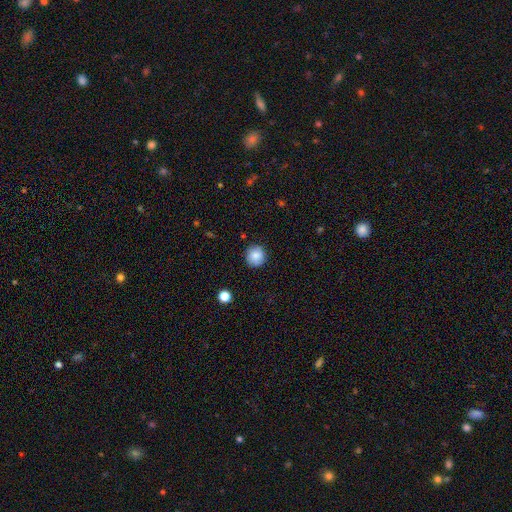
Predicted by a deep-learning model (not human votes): Smooth or featured? smooth (83%)
How rounded? round (93%)
Merging? none (88%)